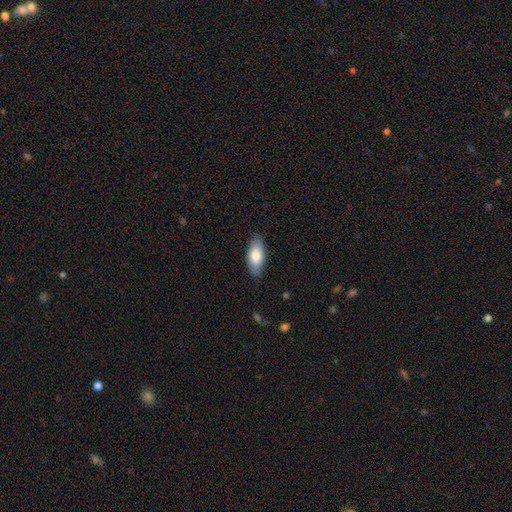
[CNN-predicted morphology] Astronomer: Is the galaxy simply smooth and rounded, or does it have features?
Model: smooth — 80%.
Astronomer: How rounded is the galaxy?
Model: in between — 86%.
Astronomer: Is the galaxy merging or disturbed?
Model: none — 86%.